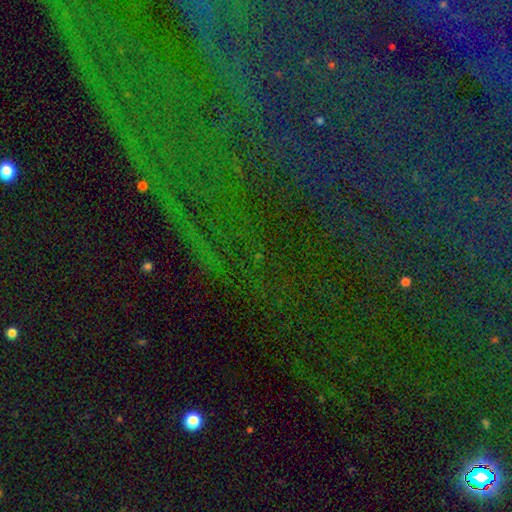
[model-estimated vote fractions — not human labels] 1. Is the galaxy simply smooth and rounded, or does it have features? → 83% star or artifact, 9% featured or disk, 9% smooth.